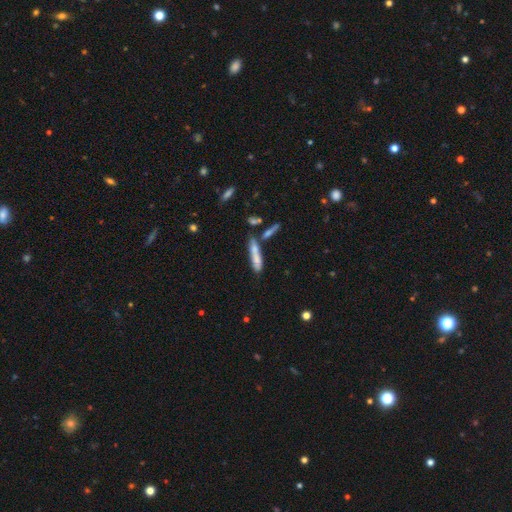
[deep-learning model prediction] Smooth or featured: smooth — 68% (featured or disk — 23%)
How rounded: cigar-shaped — 80% (in between — 18%)
Merging: none — 44% (merger — 32%)